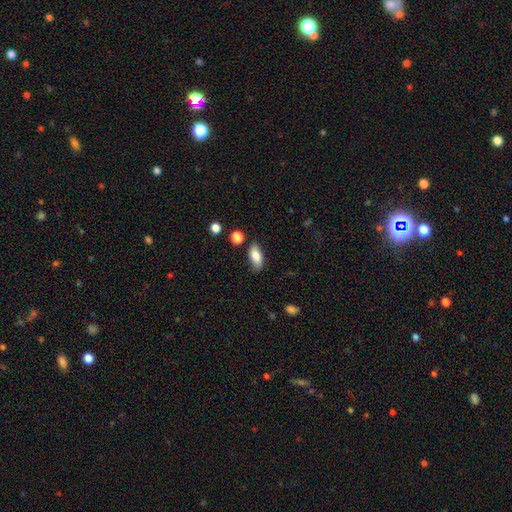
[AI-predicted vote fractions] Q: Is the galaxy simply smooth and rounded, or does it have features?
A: smooth — 83%.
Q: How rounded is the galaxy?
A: in between — 87%.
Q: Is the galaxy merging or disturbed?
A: none — 77%.